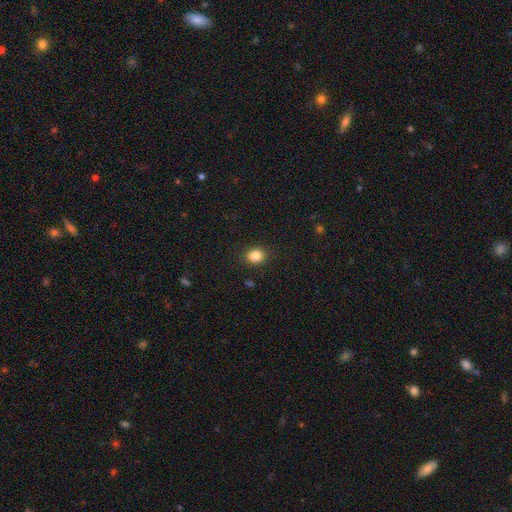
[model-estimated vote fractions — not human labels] smooth-or-featured: smooth: 85% | star or artifact: 11% | featured or disk: 5%
  how-rounded: round: 59% | in between: 40% | cigar-shaped: 1%
  merging: none: 88% | minor disturbance: 8% | major disturbance: 3% | merger: 1%